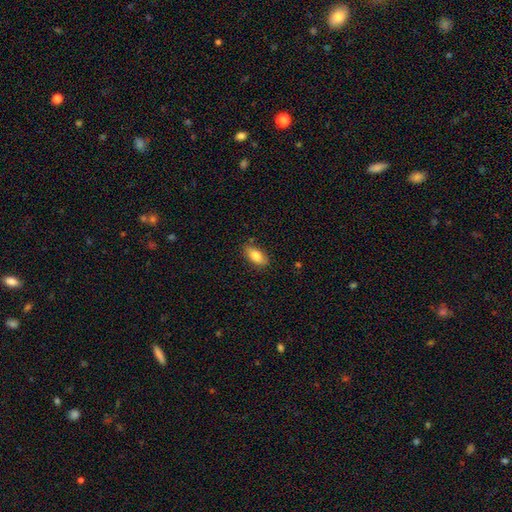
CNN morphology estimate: This is clearly a smooth galaxy (83%). How rounded: clearly in between (88%). Merging: clearly none (85%).